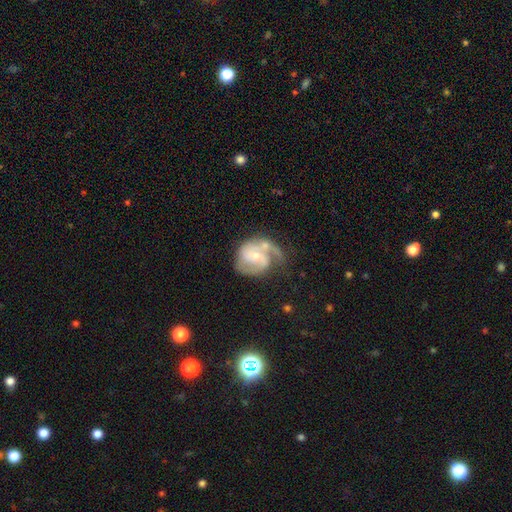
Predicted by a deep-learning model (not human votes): This appears to be a featured or disk galaxy (81%) with no bar (49%), 2 (63%) medium (49%) spiral arms (93%) and a small central bulge (52%). Merging: none (42%).